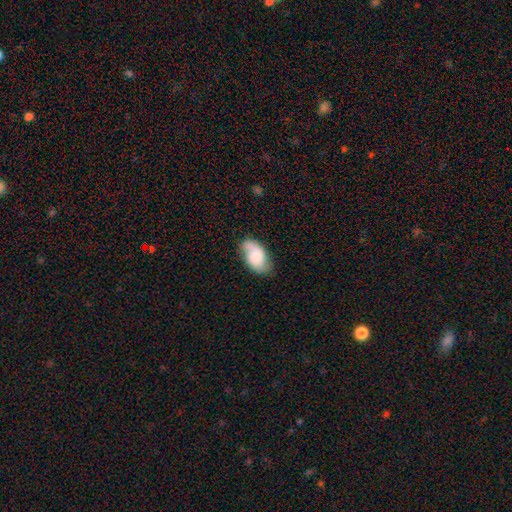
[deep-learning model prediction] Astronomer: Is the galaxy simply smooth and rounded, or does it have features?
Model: smooth — 58% (runner-up: featured or disk, 34%).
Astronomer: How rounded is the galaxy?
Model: in between — 93%.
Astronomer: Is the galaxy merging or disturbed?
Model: none — 67%.